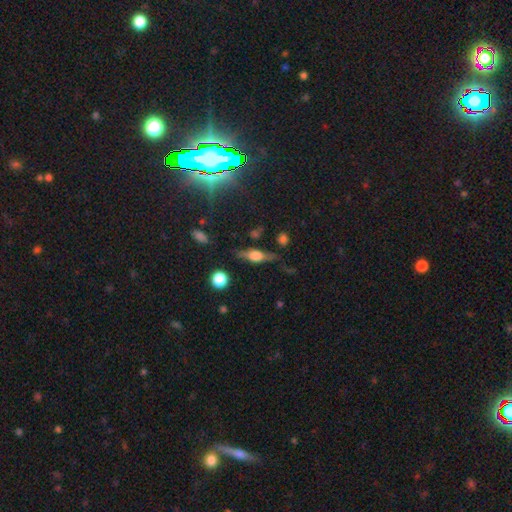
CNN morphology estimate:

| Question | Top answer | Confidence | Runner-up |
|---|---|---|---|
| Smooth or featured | featured or disk | 62% | smooth (29%) |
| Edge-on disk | yes | 93% | no (7%) |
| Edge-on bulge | rounded | 87% | boxy (11%) |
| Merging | none | 76% | minor disturbance (16%) |